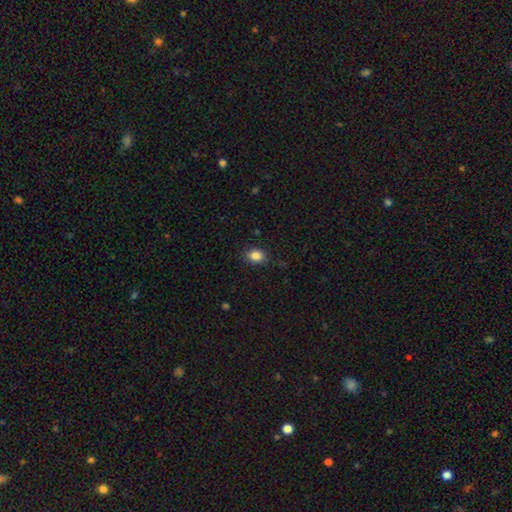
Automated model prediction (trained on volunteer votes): smooth-or-featured: smooth: 86% | star or artifact: 10% | featured or disk: 4%
  how-rounded: in between: 56% | round: 43% | cigar-shaped: 1%
  merging: none: 84% | minor disturbance: 12% | major disturbance: 3% | merger: 1%